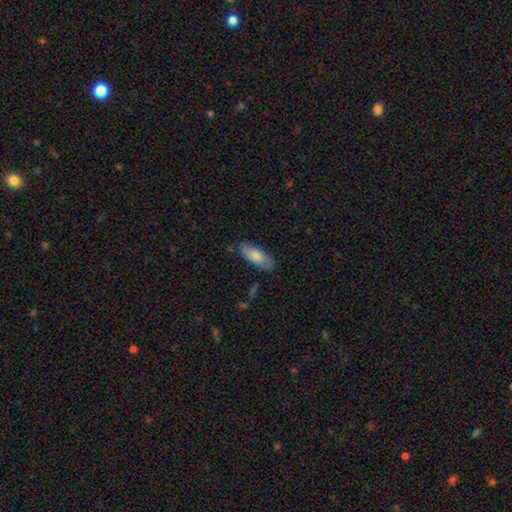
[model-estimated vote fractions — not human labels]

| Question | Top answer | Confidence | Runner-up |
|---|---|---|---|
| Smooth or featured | smooth | 76% | featured or disk (19%) |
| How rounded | in between | 76% | cigar-shaped (22%) |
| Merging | none | 76% | minor disturbance (18%) |